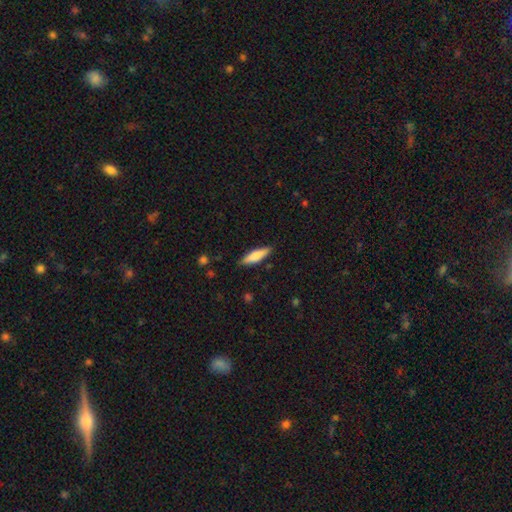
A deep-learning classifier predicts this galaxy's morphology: Smooth or featured? smooth (69%)
How rounded? cigar-shaped (67%)
Merging? none (87%)